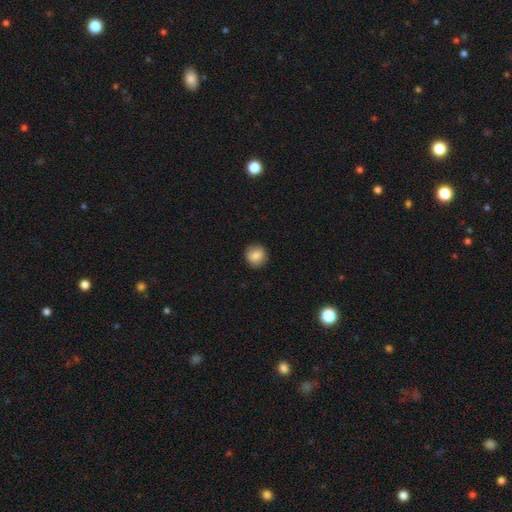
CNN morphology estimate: Smooth or featured? Predicted: smooth (p=0.83). How rounded? Predicted: round (p=0.91). Merging? Predicted: none (p=0.90).